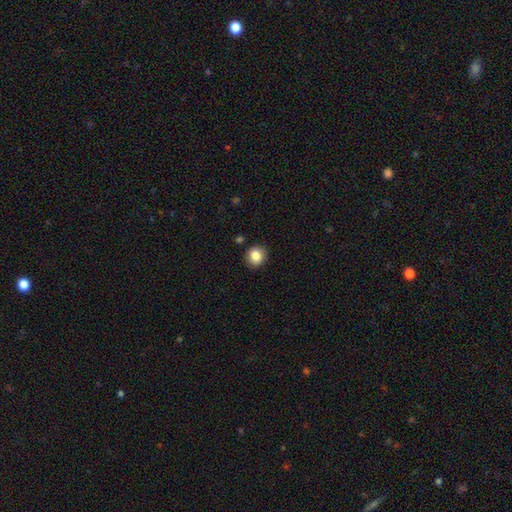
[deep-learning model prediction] Morphology: type=smooth (85%); roundness=round (82%); merging=none (88%).